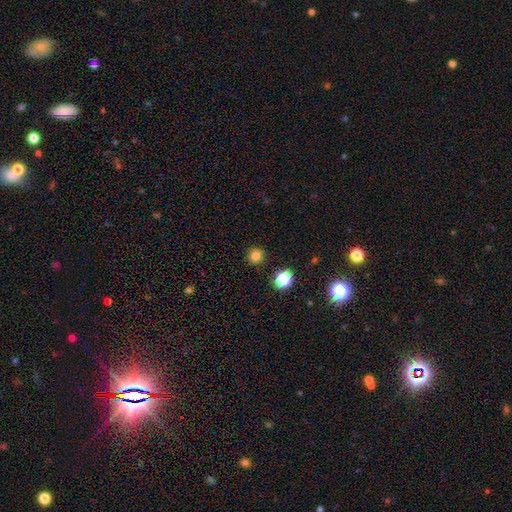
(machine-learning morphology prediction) Smooth or featured?
  - smooth: 81% *
  - star or artifact: 15%
  - featured or disk: 4%
How rounded?
  - round: 91% *
  - in between: 8%
  - cigar-shaped: 1%
Merging?
  - none: 90% *
  - minor disturbance: 6%
  - major disturbance: 2%
  - merger: 2%